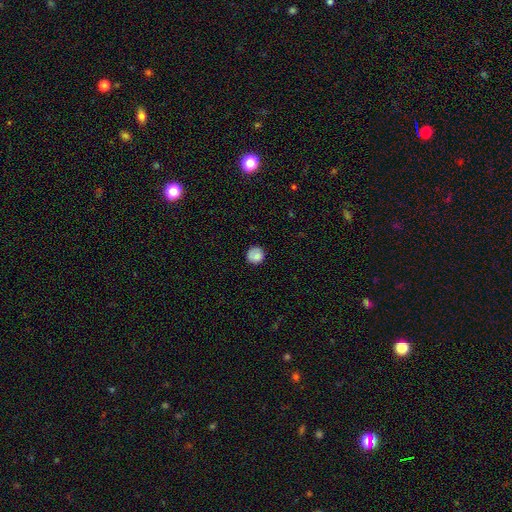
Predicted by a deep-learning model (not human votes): smooth_or_featured: smooth (p=0.82) [alt: featured or disk p=0.09]
how_rounded: round (p=0.91) [alt: in between p=0.08]
merging: none (p=0.78) [alt: minor disturbance p=0.16]